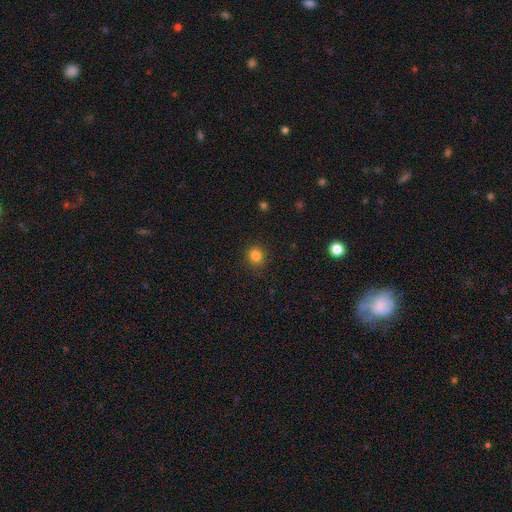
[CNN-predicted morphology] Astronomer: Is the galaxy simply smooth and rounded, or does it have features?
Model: smooth — 83%.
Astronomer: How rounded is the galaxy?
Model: round — 82%.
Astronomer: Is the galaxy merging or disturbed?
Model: none — 89%.